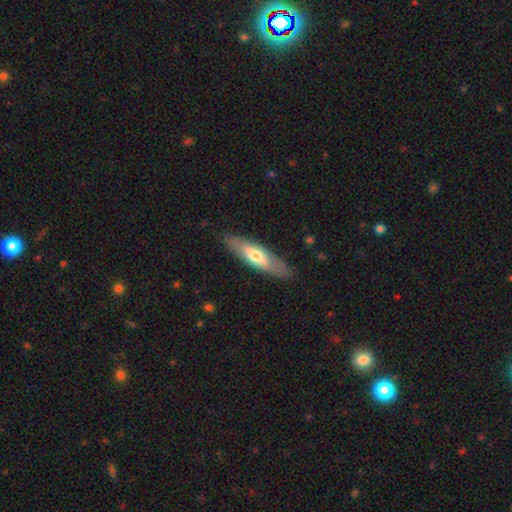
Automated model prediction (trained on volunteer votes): The model was most divided on "smooth or featured": smooth: 54%, featured or disk: 41%, star or artifact: 5%. More confident: merging — none (85%); how rounded — cigar-shaped (58%).